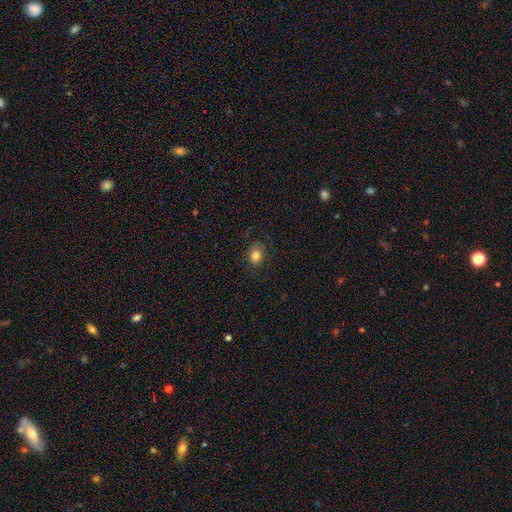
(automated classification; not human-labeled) smooth-or-featured: smooth: 82% | star or artifact: 11% | featured or disk: 6%
  how-rounded: round: 60% | in between: 39% | cigar-shaped: 1%
  merging: none: 78% | minor disturbance: 17% | major disturbance: 5% | merger: 1%